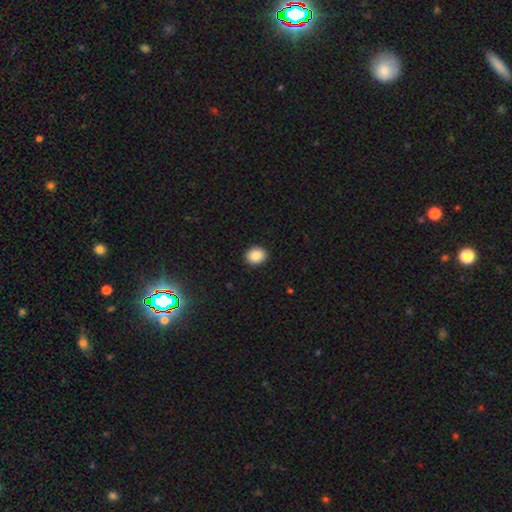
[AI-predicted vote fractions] Smooth or featured? smooth (87%)
How rounded? round (60%)
Merging? none (92%)